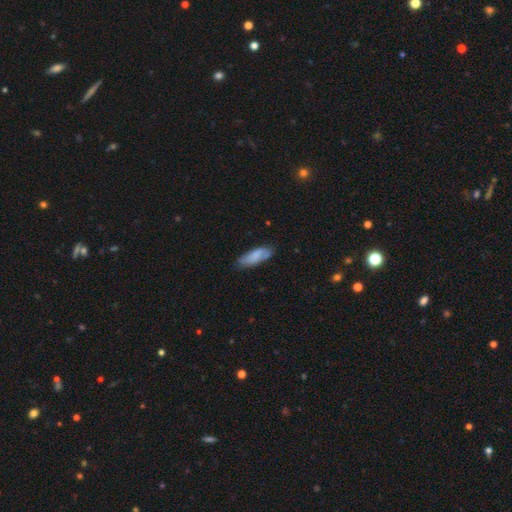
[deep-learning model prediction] Smooth or featured: smooth — 76% (featured or disk — 18%)
How rounded: in between — 68% (cigar-shaped — 31%)
Merging: none — 68% (minor disturbance — 25%)